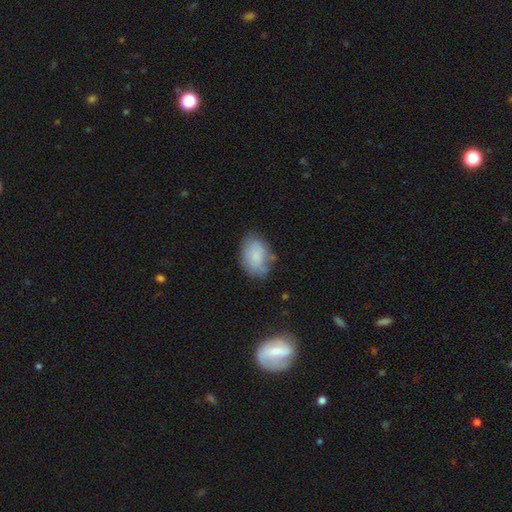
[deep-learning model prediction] This is clearly a smooth galaxy (80%). How rounded: clearly in between (85%). Merging: likely none (65%).